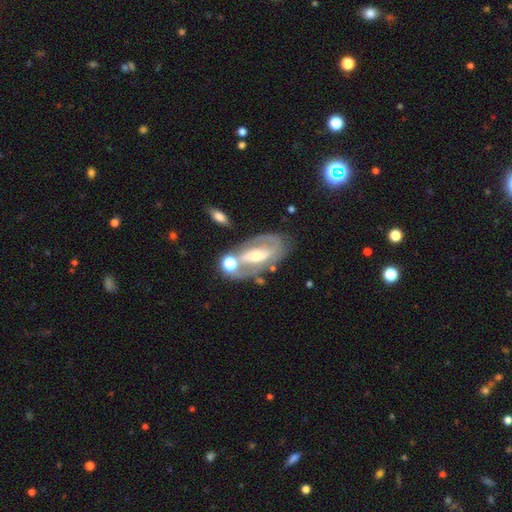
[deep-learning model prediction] smooth-or-featured: featured or disk: 78% | smooth: 15% | star or artifact: 7%
  disk-edge-on: no: 92% | yes: 8%
    bar: strong: 38% | weak: 34% | no: 28%
    has-spiral-arms: yes: 73% | no: 27%
      spiral-winding: tight: 48% | medium: 37% | loose: 15%
      spiral-arm-count: 2: 64% | can't tell: 22% | 1: 9% | 3: 3% | 4: 1% | more than 4: 1%
    bulge-size: moderate: 51% | small: 41% | large: 5% | none: 2% | dominant: 1%
  merging: none: 61% | minor disturbance: 17% | merger: 13% | major disturbance: 9%